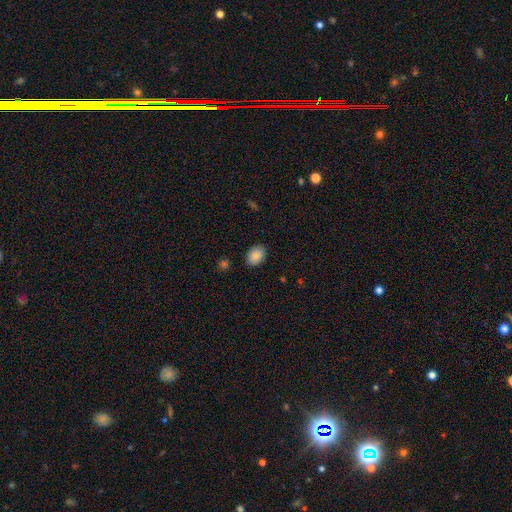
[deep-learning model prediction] smooth_or_featured: smooth (p=0.88) [alt: star or artifact p=0.08]
how_rounded: in between (p=0.75) [alt: round p=0.24]
merging: none (p=0.88) [alt: minor disturbance p=0.09]